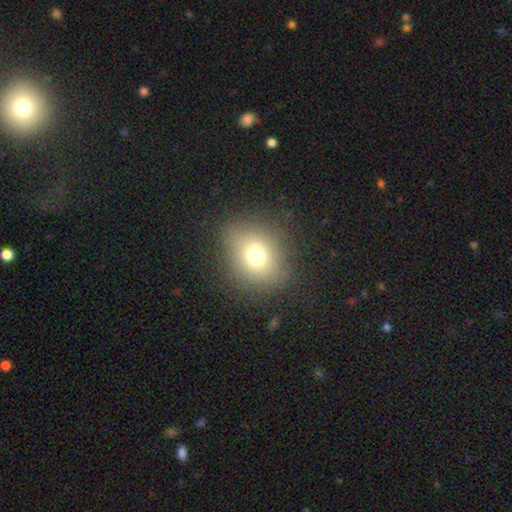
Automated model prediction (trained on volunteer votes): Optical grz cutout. It shows a smooth galaxy with no disk features (72%) that is round (71%). Merging: none (84%).